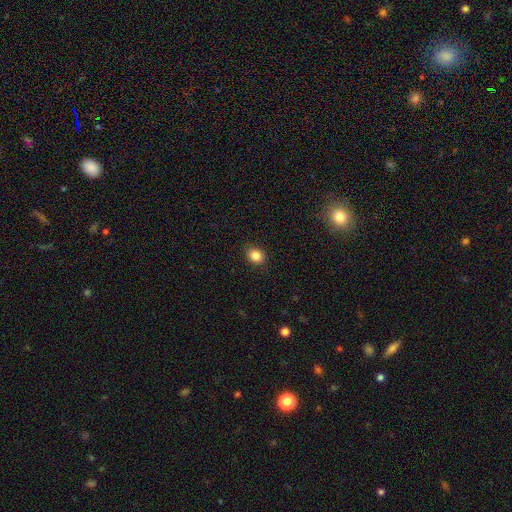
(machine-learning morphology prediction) Smooth or featured?
  - smooth: 85% *
  - star or artifact: 11%
  - featured or disk: 5%
How rounded?
  - round: 61% *
  - in between: 38%
  - cigar-shaped: 1%
Merging?
  - none: 88% *
  - minor disturbance: 9%
  - major disturbance: 2%
  - merger: 1%